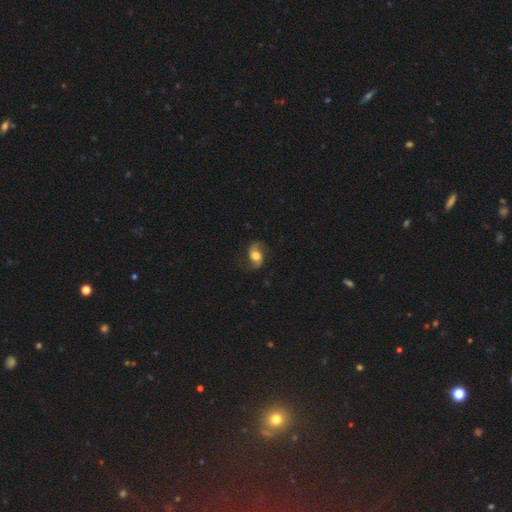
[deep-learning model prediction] Smooth or featured? Predicted: featured or disk (p=0.68). Edge-on disk? Predicted: no (p=0.97). Bar? Predicted: no (p=0.60). Spiral arms? Predicted: yes (p=0.93). Spiral winding? Predicted: loose (p=0.57). Spiral arm count? Predicted: 2 (p=0.92). Bulge size? Predicted: moderate (p=0.54). Merging? Predicted: none (p=0.74).